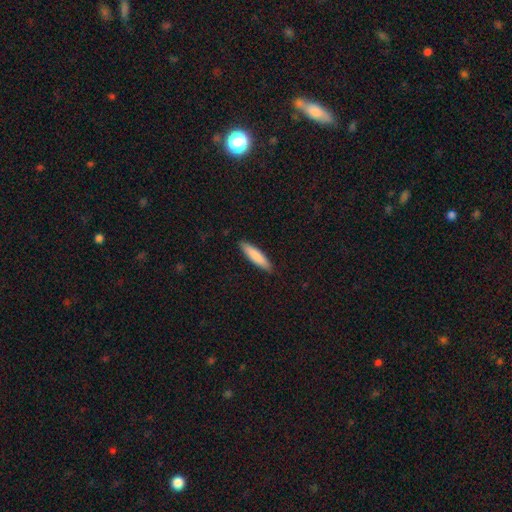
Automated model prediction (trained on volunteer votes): This is clearly a smooth galaxy (84%). How rounded: likely cigar-shaped (78%). Merging: clearly none (90%).